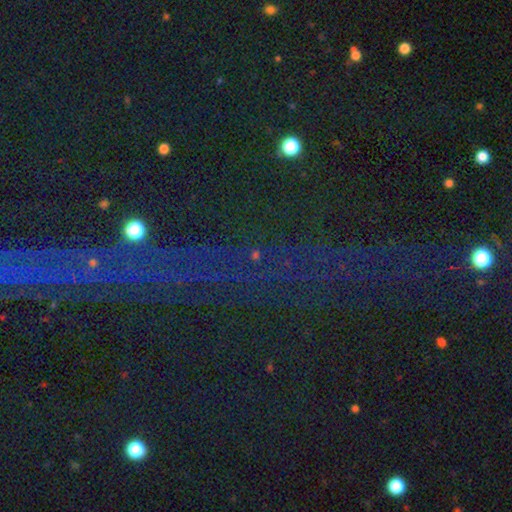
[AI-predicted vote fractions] Smooth or featured?
  - star or artifact: 76% *
  - smooth: 15%
  - featured or disk: 9%